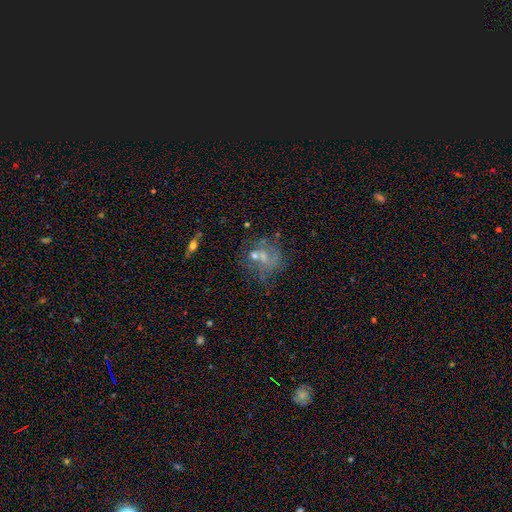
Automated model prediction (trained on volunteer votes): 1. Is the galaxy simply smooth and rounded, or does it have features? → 50% featured or disk, 31% smooth, 18% star or artifact.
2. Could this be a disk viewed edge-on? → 97% no, 3% yes.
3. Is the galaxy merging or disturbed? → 42% none, 22% major disturbance, 18% minor disturbance, 18% merger.